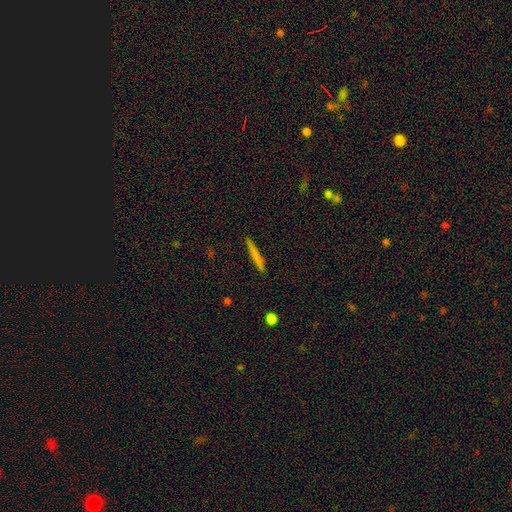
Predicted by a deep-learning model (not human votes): A smooth galaxy with no disk features (71%) that is cigar-shaped (95%). Merging: none (90%).